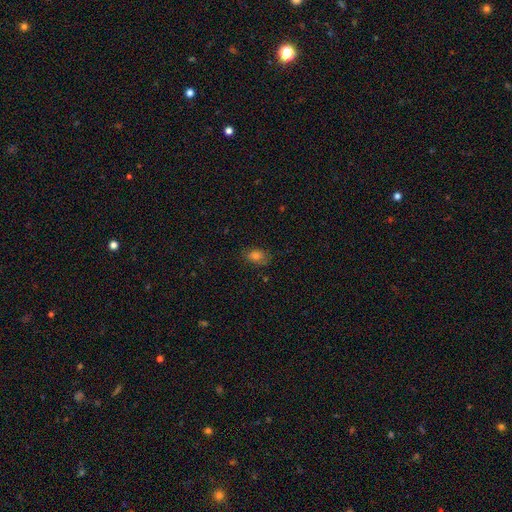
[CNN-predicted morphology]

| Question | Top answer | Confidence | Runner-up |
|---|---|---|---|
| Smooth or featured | smooth | 70% | star or artifact (17%) |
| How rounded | in between | 71% | round (27%) |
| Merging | none | 73% | minor disturbance (20%) |